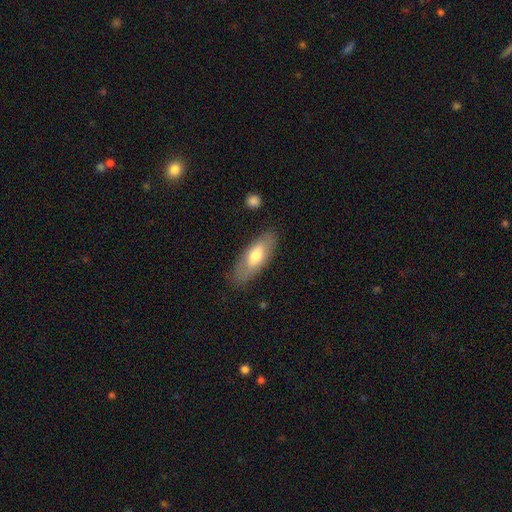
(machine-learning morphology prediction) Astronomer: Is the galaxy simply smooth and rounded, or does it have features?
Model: smooth — 67%.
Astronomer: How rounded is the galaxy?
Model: in between — 73%.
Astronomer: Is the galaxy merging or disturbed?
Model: none — 82%.